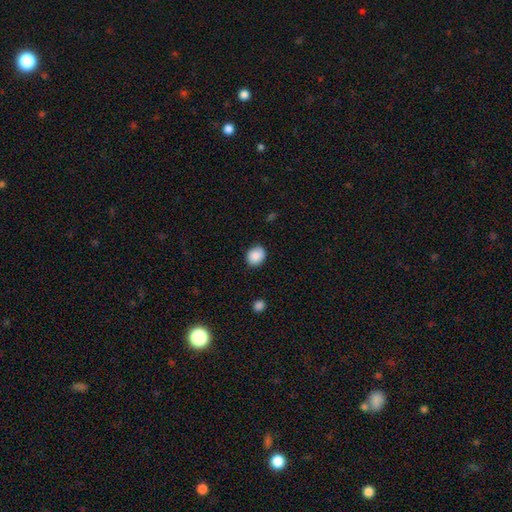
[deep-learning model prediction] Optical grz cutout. It shows a smooth galaxy with no disk features (89%) that is round (59%). Merging: none (86%).